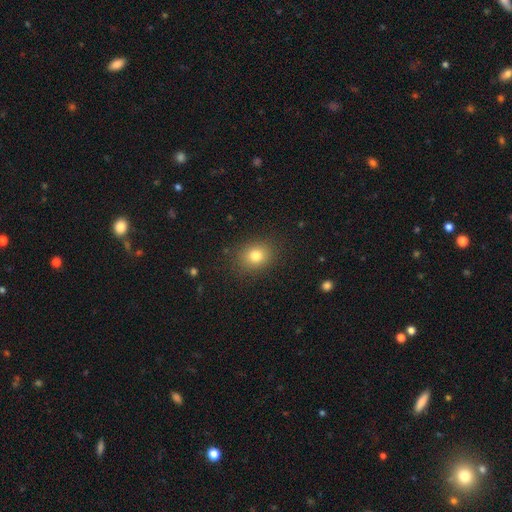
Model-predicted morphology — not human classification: Smooth or featured? smooth (79%)
How rounded? round (61%)
Merging? none (87%)